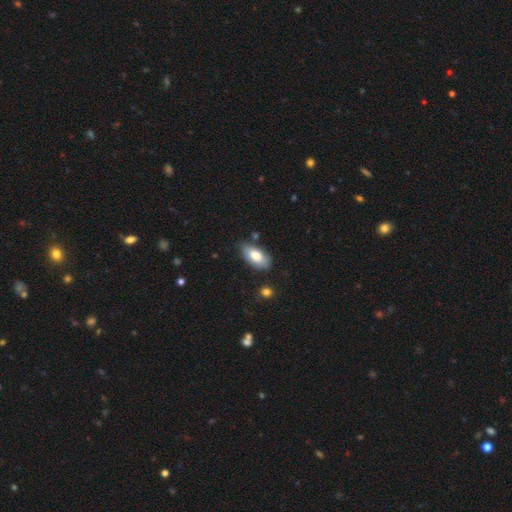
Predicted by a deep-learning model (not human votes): smooth 79%, featured or disk 14%, star or artifact 6%. Down the decision tree: how rounded — in between (93%); merging — none (76%).